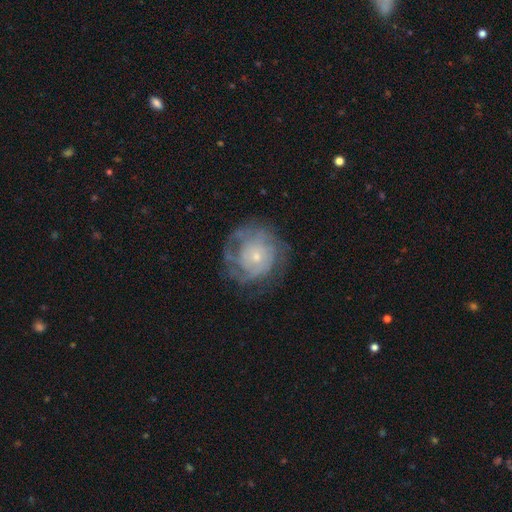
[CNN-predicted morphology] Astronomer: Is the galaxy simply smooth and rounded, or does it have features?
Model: featured or disk — 72%.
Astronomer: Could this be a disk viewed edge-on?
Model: no — 97%.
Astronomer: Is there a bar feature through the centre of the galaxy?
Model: no — 82%.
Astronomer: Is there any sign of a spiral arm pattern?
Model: yes — 80%.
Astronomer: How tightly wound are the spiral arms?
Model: tight — 63%.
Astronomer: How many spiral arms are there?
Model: can't tell — 50%.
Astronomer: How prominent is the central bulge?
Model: small — 69%.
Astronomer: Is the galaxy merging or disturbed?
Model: none — 65%.